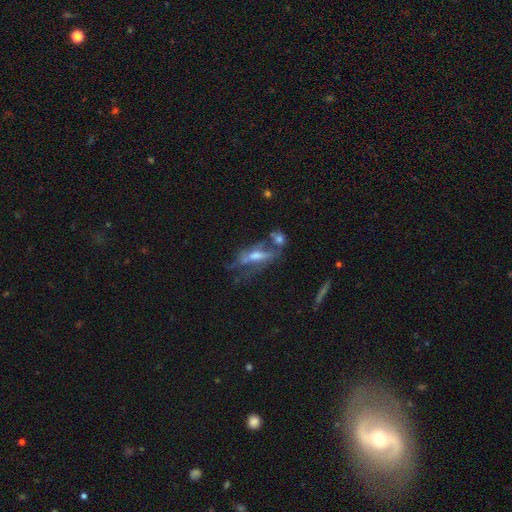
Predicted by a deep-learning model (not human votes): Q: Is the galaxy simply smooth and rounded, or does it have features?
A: featured or disk — 60%.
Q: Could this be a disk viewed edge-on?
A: no — 52%.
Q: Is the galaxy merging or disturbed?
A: none — 33%.